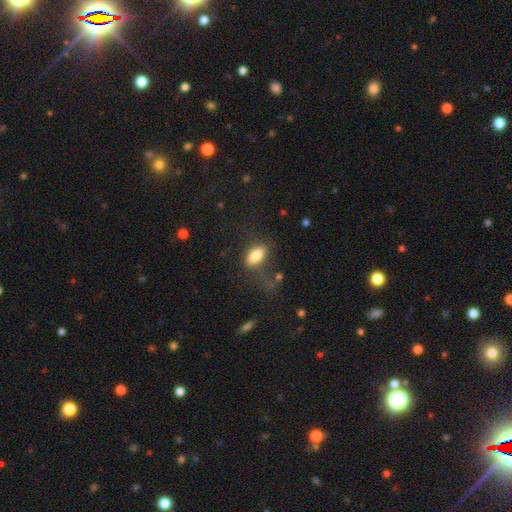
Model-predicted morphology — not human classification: Overall: smooth (79%). How rounded: in between (85%). Merging: none (60%).